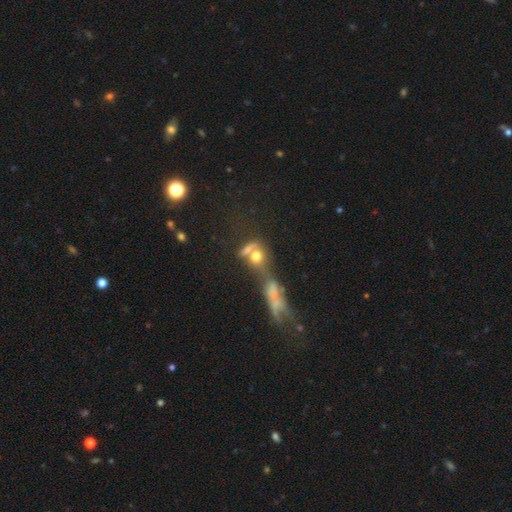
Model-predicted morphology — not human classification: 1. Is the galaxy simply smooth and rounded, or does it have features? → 56% smooth, 25% featured or disk, 19% star or artifact.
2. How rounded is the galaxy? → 51% round, 38% in between, 11% cigar-shaped.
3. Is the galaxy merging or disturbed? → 49% merger, 30% none, 11% major disturbance, 10% minor disturbance.